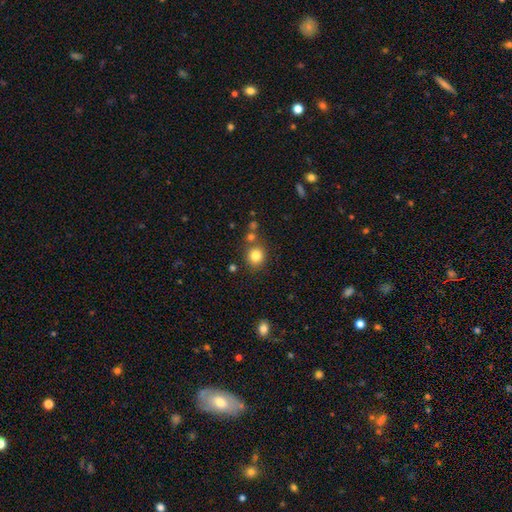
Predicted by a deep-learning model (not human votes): The model was most divided on "merging": none: 78%, merger: 10%, minor disturbance: 9%, major disturbance: 3%. More confident: how rounded — round (84%); smooth or featured — smooth (82%).